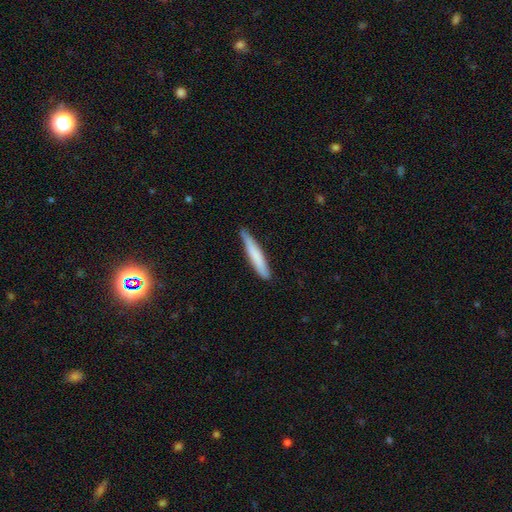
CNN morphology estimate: Smooth or featured?
  - smooth: 73% *
  - featured or disk: 22%
  - star or artifact: 5%
How rounded?
  - cigar-shaped: 93% *
  - in between: 5%
  - round: 1%
Merging?
  - none: 81% *
  - minor disturbance: 16%
  - major disturbance: 2%
  - merger: 1%